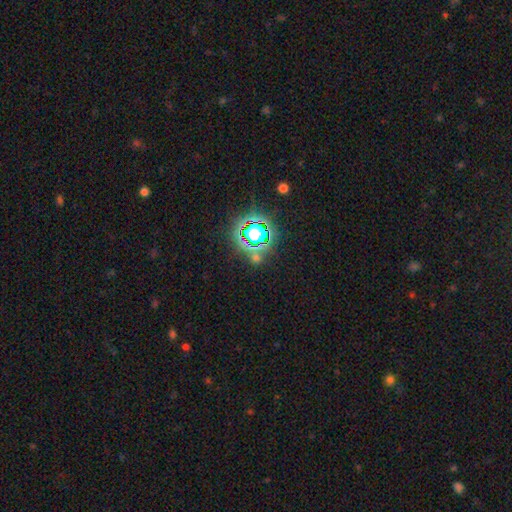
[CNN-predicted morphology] Smooth or featured? star or artifact (71%)